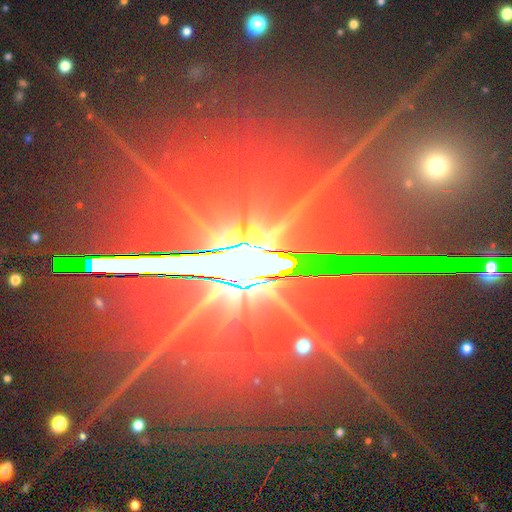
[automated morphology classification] Smooth or featured? star or artifact (80%)